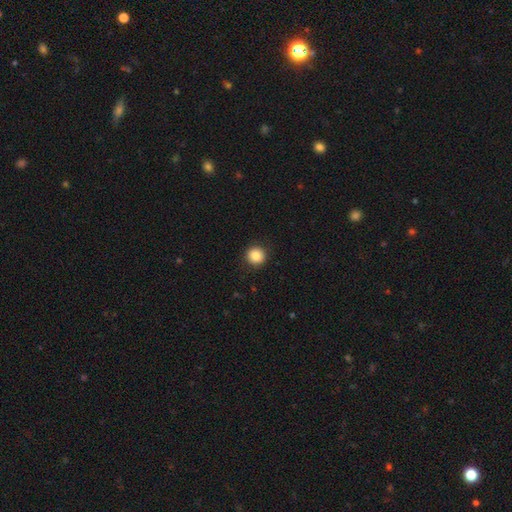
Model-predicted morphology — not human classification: This appears to be a smooth galaxy with no disk features (86%) that is round (95%). Merging: none (92%).